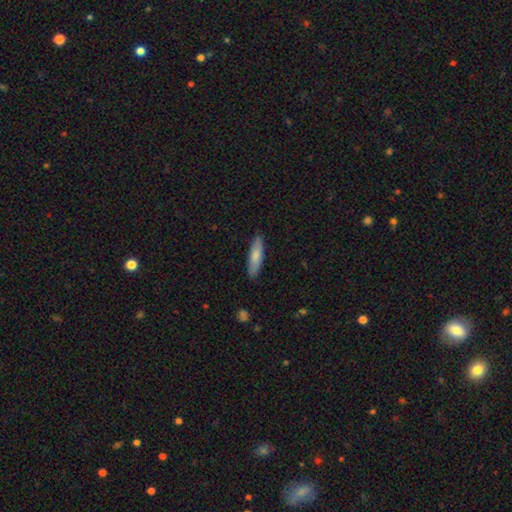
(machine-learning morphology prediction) Smooth or featured?
  - smooth: 76% *
  - featured or disk: 19%
  - star or artifact: 5%
How rounded?
  - cigar-shaped: 63% *
  - in between: 35%
  - round: 2%
Merging?
  - none: 86% *
  - minor disturbance: 11%
  - major disturbance: 2%
  - merger: 1%